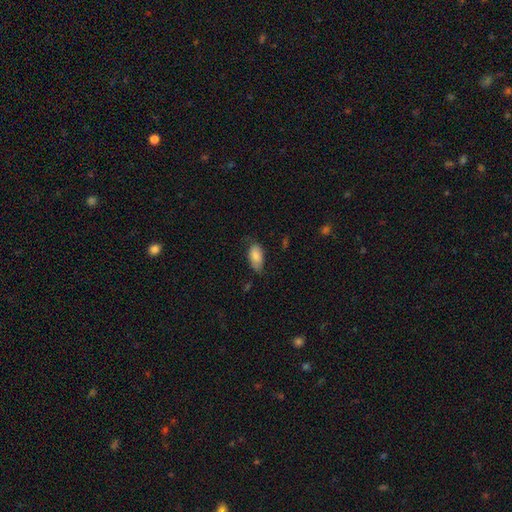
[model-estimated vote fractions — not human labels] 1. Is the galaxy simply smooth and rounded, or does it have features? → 84% smooth, 9% featured or disk, 7% star or artifact.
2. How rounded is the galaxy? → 93% in between, 4% cigar-shaped, 3% round.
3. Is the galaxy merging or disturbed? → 64% none, 28% minor disturbance, 7% major disturbance, 1% merger.